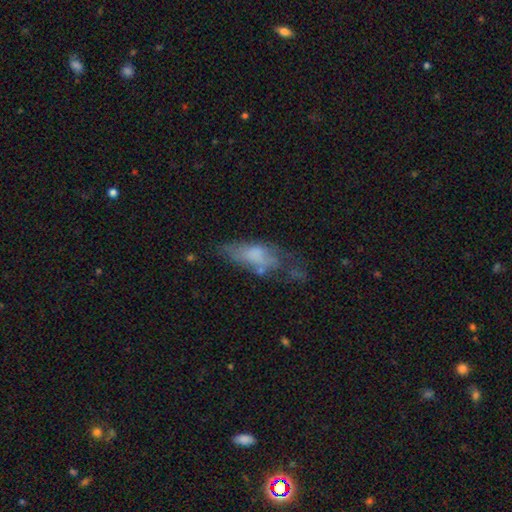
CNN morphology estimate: smooth 58%, featured or disk 33%, star or artifact 9%. Down the decision tree: how rounded — in between (76%); merging — major disturbance (32%).